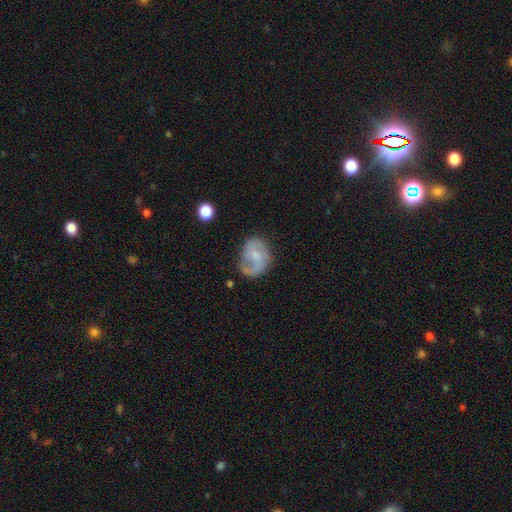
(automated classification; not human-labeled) featured or disk 61%, smooth 32%, star or artifact 7%. Down the decision tree: edge-on disk — no (97%); bar — no (47%); spiral arms — yes (82%); bulge size — small (48%); merging — none (51%).